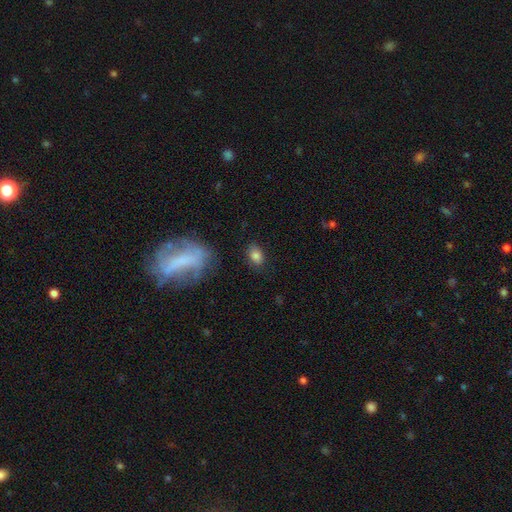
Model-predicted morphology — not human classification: The model was most divided on "how rounded": in between: 80%, round: 18%, cigar-shaped: 1%. More confident: smooth or featured — smooth (82%); merging — none (82%).